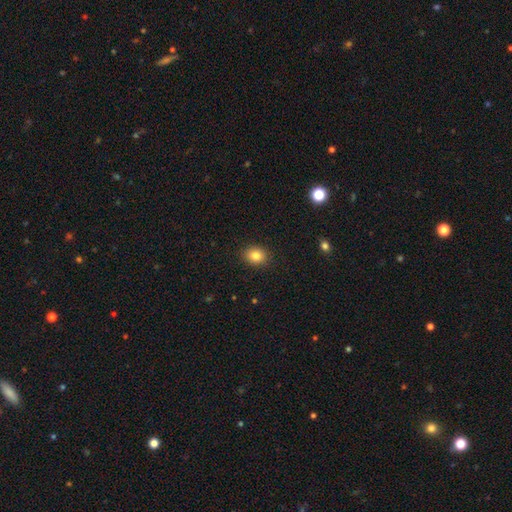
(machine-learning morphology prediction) smooth 84%, star or artifact 10%, featured or disk 6%. Down the decision tree: how rounded — round (57%); merging — none (90%).